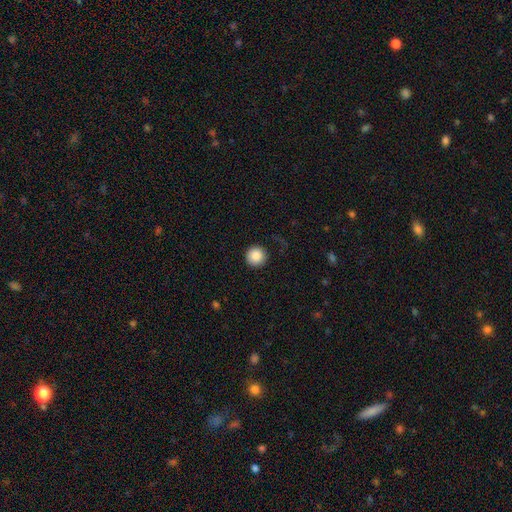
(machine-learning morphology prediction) This is clearly a smooth galaxy (87%). How rounded: clearly round (96%). Merging: clearly none (88%).